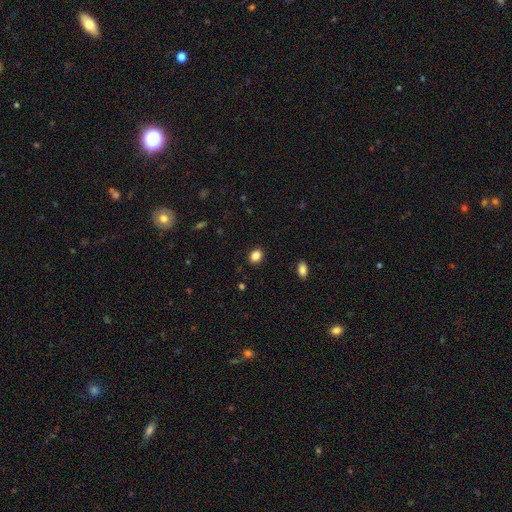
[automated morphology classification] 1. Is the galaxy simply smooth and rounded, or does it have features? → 86% smooth, 10% star or artifact, 3% featured or disk.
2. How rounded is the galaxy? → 55% round, 44% in between, 1% cigar-shaped.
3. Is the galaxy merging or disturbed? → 89% none, 7% minor disturbance, 2% major disturbance, 1% merger.